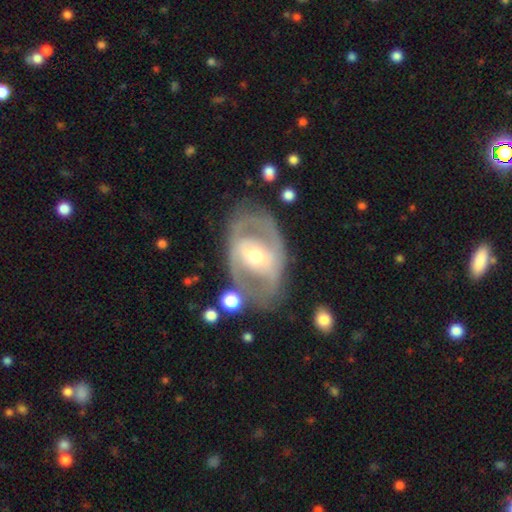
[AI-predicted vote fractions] featured or disk 77%, smooth 18%, star or artifact 5%. Down the decision tree: edge-on disk — no (94%); bar — no (37%); spiral arms — yes (54%); bulge size — moderate (65%); merging — none (69%).